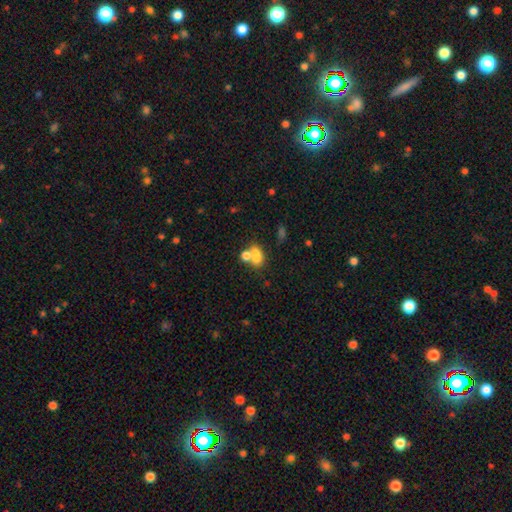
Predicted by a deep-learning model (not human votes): A smooth galaxy with no disk features (74%) that is in between round and cigar-shaped (73%).

Vote fractions:
- Smooth or featured? smooth: 74% / featured or disk: 13% / star or artifact: 12%
- How rounded? in between: 73% / round: 23% / cigar-shaped: 3%
- Merging? merger: 52% / none: 32% / minor disturbance: 10% / major disturbance: 6%